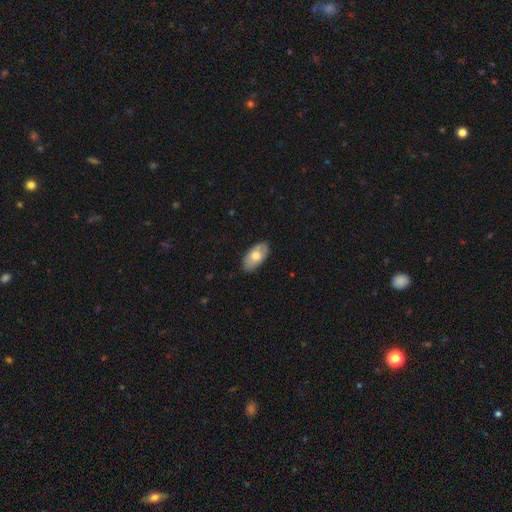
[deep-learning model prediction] A smooth galaxy with no disk features (69%) that is in between round and cigar-shaped (94%). Merging: none (84%).